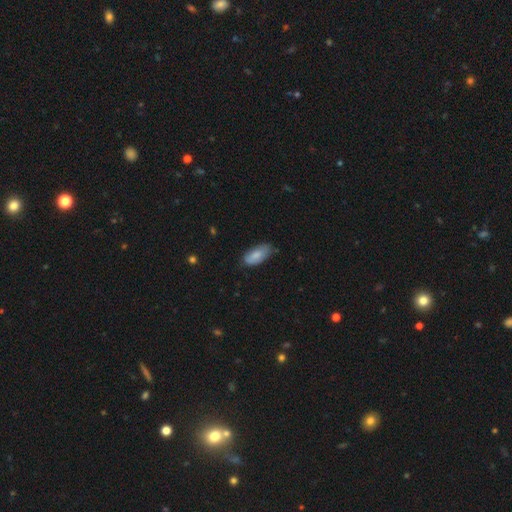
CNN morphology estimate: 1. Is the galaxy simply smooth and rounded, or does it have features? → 81% smooth, 13% featured or disk, 6% star or artifact.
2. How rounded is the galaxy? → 89% in between, 9% cigar-shaped, 2% round.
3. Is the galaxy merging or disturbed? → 68% none, 27% minor disturbance, 4% major disturbance, 1% merger.